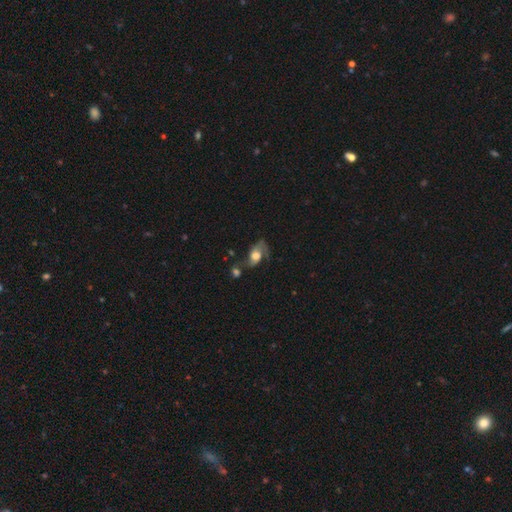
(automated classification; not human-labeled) Morphology: type=featured or disk (60%); edge-on=no (94%); bar=no (69%); spiral arms=yes (82%); bulge=large (51%); merging=none (37%).